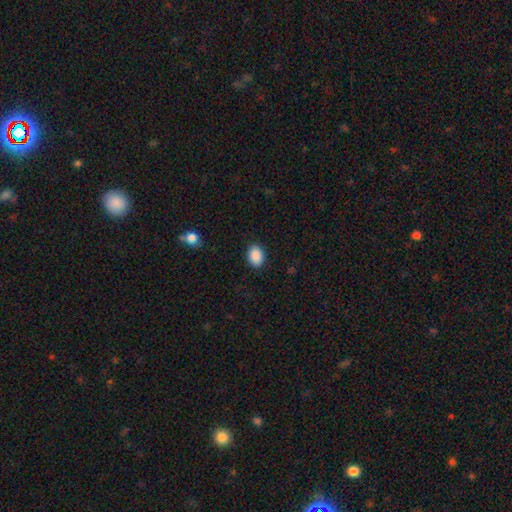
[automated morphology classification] smooth_or_featured: smooth (p=0.90) [alt: star or artifact p=0.07]
how_rounded: in between (p=0.79) [alt: round p=0.20]
merging: none (p=0.89) [alt: minor disturbance p=0.08]